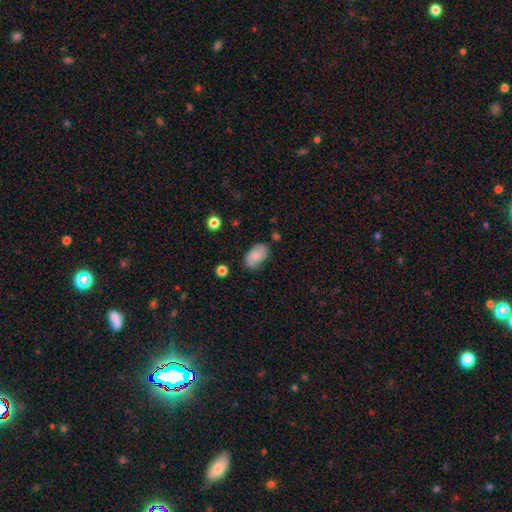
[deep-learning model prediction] smooth-or-featured: smooth: 72% | featured or disk: 20% | star or artifact: 7%
  how-rounded: in between: 90% | round: 9% | cigar-shaped: 1%
  merging: none: 75% | minor disturbance: 19% | major disturbance: 4% | merger: 2%